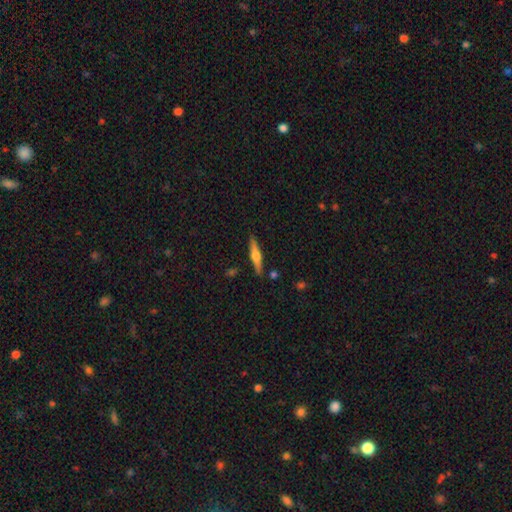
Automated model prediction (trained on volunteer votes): This is likely a featured or disk galaxy (63%). It is clearly viewed edge-on (97%). Edge-on bulge: clearly rounded (92%). Merging: clearly none (88%).